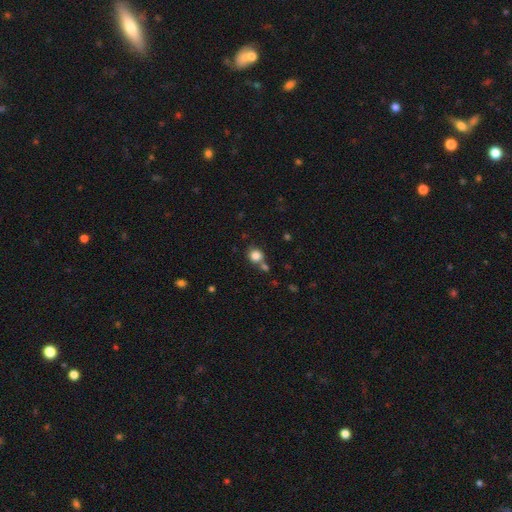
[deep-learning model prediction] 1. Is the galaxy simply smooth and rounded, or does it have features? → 83% smooth, 11% star or artifact, 6% featured or disk.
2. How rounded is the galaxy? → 84% round, 15% in between, 1% cigar-shaped.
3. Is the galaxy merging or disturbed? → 64% none, 22% merger, 10% minor disturbance, 4% major disturbance.